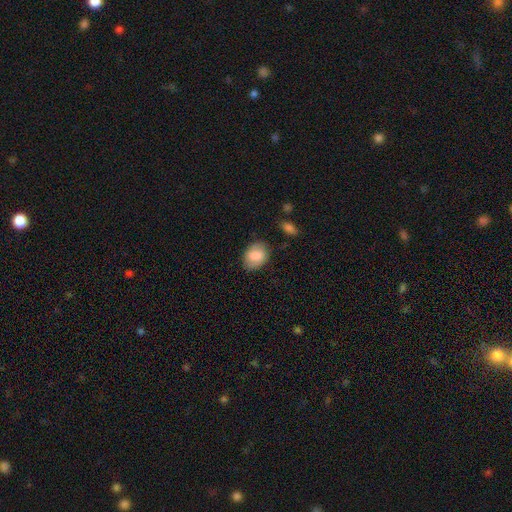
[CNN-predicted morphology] A smooth galaxy with no disk features (78%) that is in between round and cigar-shaped (72%).

Vote fractions:
- Smooth or featured? smooth: 78% / featured or disk: 15% / star or artifact: 7%
- How rounded? in between: 72% / round: 27% / cigar-shaped: 1%
- Merging? none: 78% / minor disturbance: 16% / major disturbance: 4% / merger: 2%